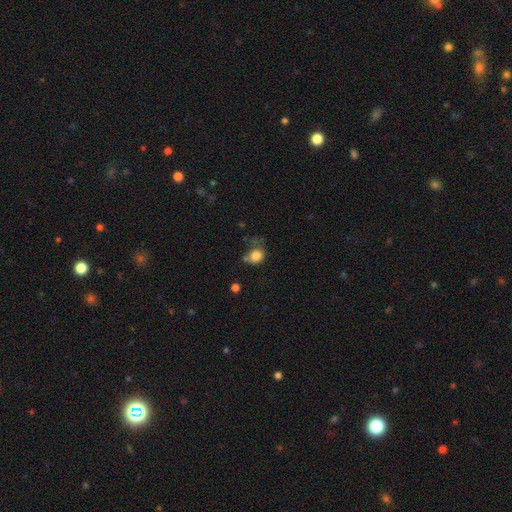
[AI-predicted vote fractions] Q: Smooth or featured?
A: smooth (82%); runner-up: star or artifact (10%)
Q: How rounded?
A: round (61%); runner-up: in between (38%)
Q: Merging?
A: none (42%); runner-up: minor disturbance (29%)